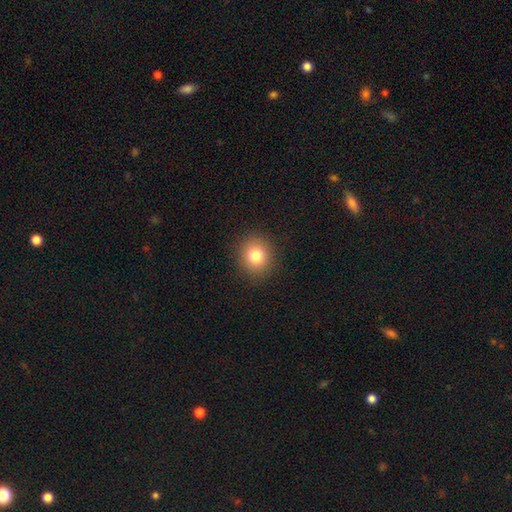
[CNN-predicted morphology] smooth 80%, star or artifact 11%, featured or disk 8%. Down the decision tree: how rounded — round (83%); merging — none (90%).